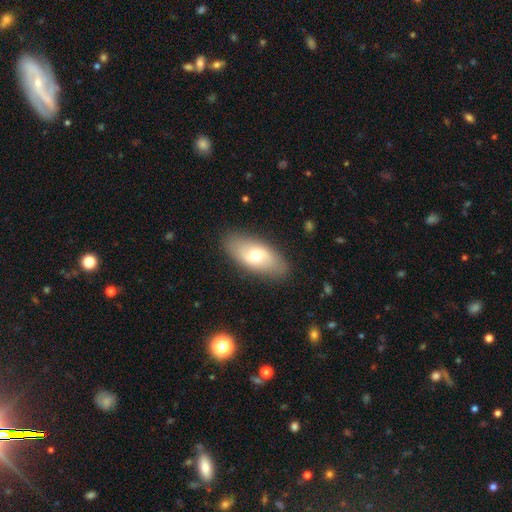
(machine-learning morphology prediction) Smooth or featured? smooth (56%)
How rounded? in between (88%)
Merging? none (86%)